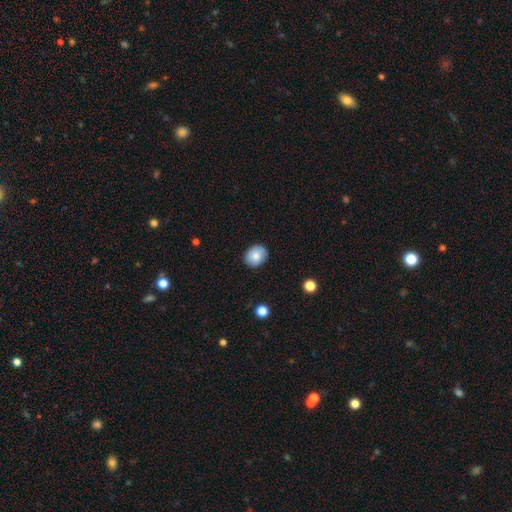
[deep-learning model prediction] Smooth or featured: smooth — 82% (featured or disk — 10%)
How rounded: round — 54% (in between — 45%)
Merging: none — 86% (minor disturbance — 11%)